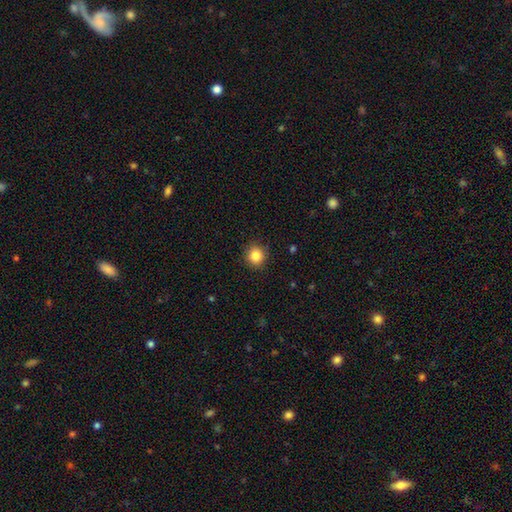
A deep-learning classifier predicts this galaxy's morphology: Smooth or featured?
  - smooth: 85% *
  - star or artifact: 10%
  - featured or disk: 4%
How rounded?
  - round: 91% *
  - in between: 8%
  - cigar-shaped: 1%
Merging?
  - none: 90% *
  - minor disturbance: 7%
  - major disturbance: 2%
  - merger: 1%